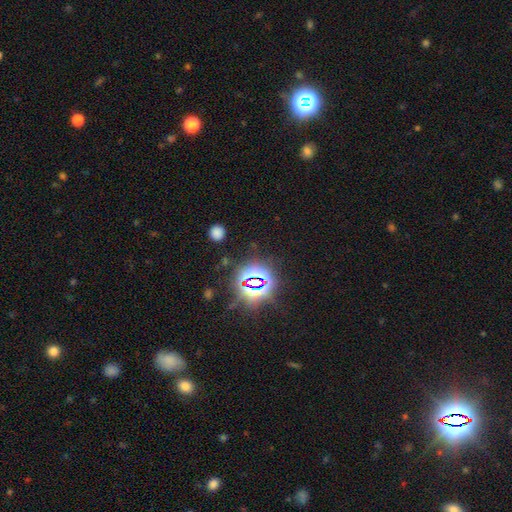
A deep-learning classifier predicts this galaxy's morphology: Q: Smooth or featured?
A: star or artifact (79%); runner-up: smooth (14%)